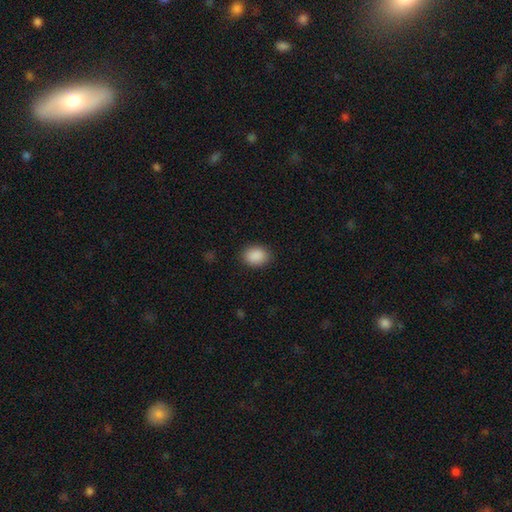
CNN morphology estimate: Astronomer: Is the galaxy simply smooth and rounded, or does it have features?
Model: smooth — 90%.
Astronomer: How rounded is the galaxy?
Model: in between — 62%.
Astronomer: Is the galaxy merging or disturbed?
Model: none — 88%.